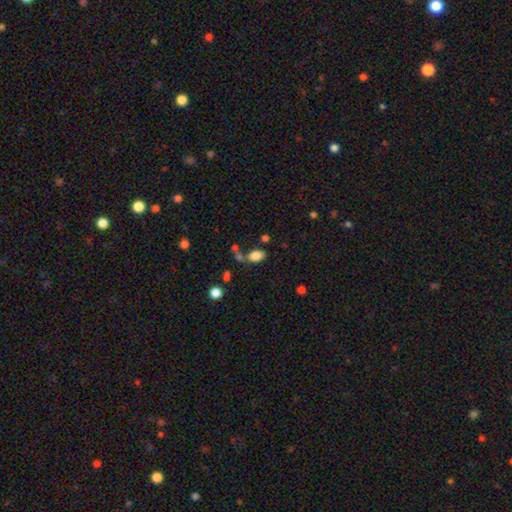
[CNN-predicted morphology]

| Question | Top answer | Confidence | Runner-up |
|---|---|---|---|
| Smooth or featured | smooth | 82% | star or artifact (10%) |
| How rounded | in between | 89% | round (9%) |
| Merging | none | 60% | merger (18%) |